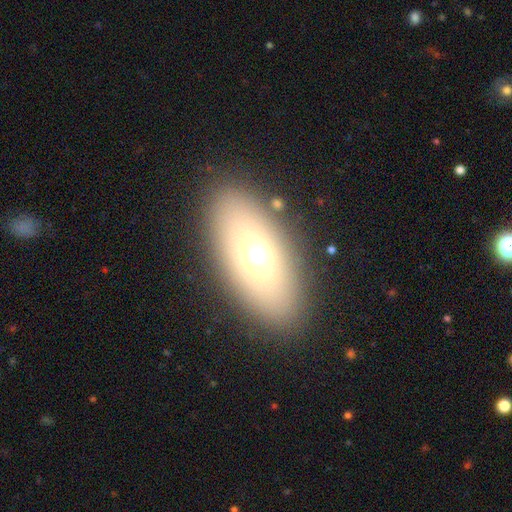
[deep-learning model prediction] The model was most divided on "smooth or featured": smooth: 63%, featured or disk: 25%, star or artifact: 12%. More confident: merging — none (86%); how rounded — in between (82%).